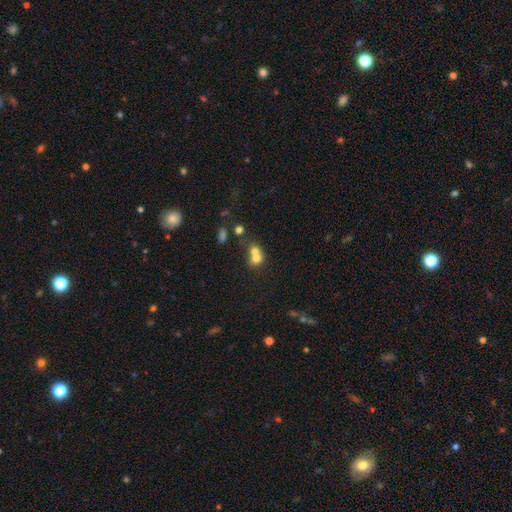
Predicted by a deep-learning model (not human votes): smooth 70%, featured or disk 17%, star or artifact 13%. Down the decision tree: how rounded — round (70%); merging — merger (65%).